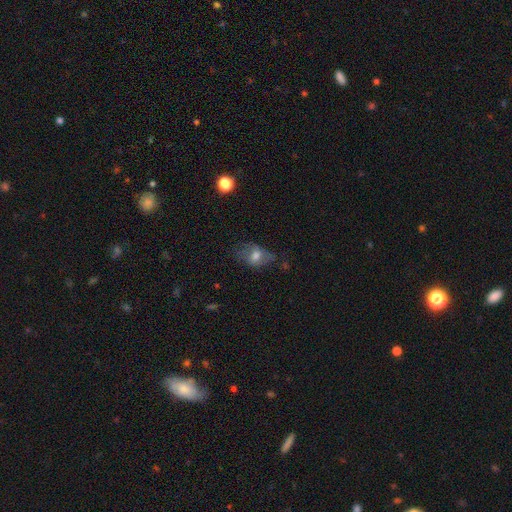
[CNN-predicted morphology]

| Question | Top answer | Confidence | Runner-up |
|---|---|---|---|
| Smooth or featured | smooth | 56% | featured or disk (31%) |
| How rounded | in between | 75% | round (23%) |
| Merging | none | 48% | minor disturbance (29%) |